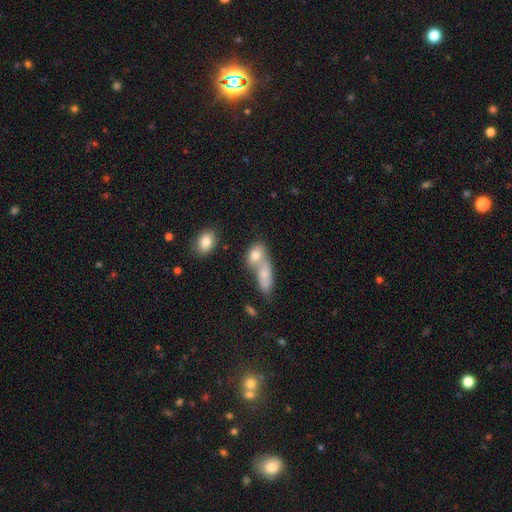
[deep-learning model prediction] A smooth galaxy with no disk features (52%) that is in between round and cigar-shaped (55%).

Vote fractions:
- Smooth or featured? smooth: 52% / featured or disk: 30% / star or artifact: 17%
- How rounded? in between: 55% / cigar-shaped: 27% / round: 18%
- Merging? merger: 47% / none: 37% / minor disturbance: 10% / major disturbance: 6%